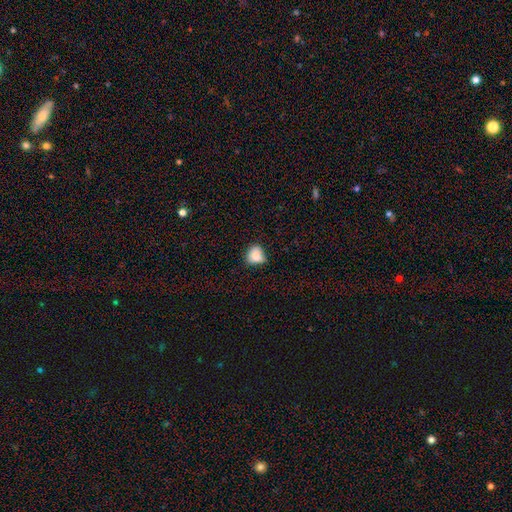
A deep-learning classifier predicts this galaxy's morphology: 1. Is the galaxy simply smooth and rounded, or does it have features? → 81% smooth, 10% star or artifact, 9% featured or disk.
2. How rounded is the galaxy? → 51% round, 47% in between, 1% cigar-shaped.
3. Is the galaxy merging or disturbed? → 47% none, 37% minor disturbance, 10% major disturbance, 5% merger.